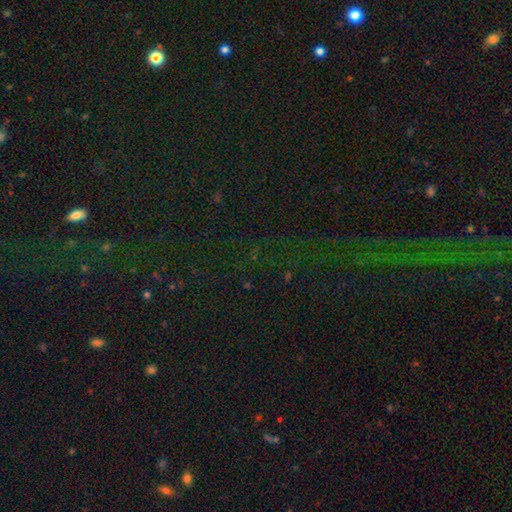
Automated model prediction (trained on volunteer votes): Smooth or featured: star or artifact — 78% (smooth — 12%)